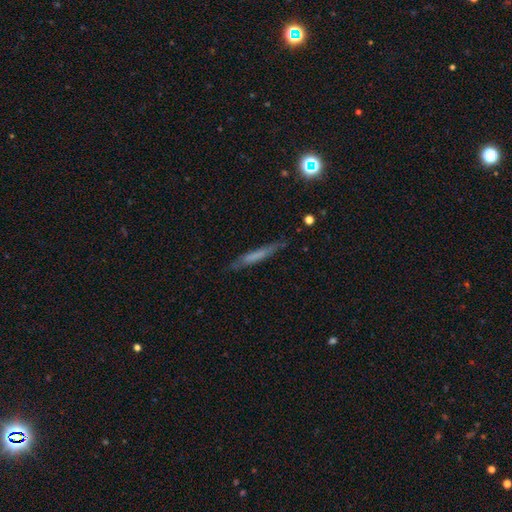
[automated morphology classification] smooth_or_featured: smooth (p=0.53) [alt: featured or disk p=0.38]
how_rounded: cigar-shaped (p=0.93) [alt: in between p=0.05]
merging: none (p=0.78) [alt: minor disturbance p=0.16]